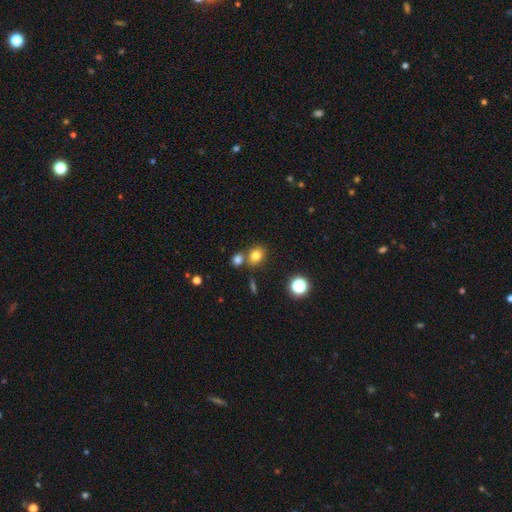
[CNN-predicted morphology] Smooth or featured: smooth — 78% (star or artifact — 14%)
How rounded: round — 56% (in between — 43%)
Merging: none — 65% (merger — 21%)